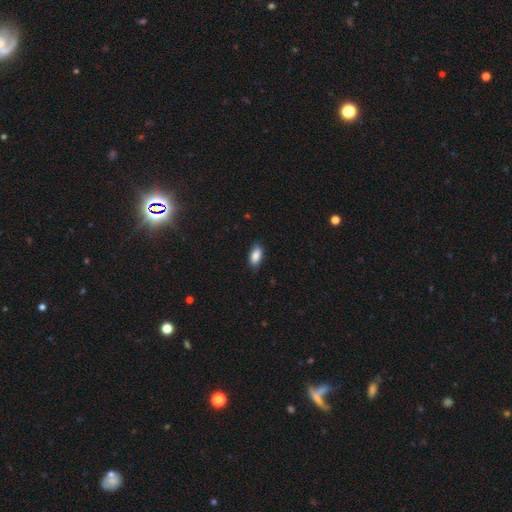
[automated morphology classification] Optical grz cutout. It shows a smooth galaxy with no disk features (87%) that is in between round and cigar-shaped (88%). Merging: none (84%).